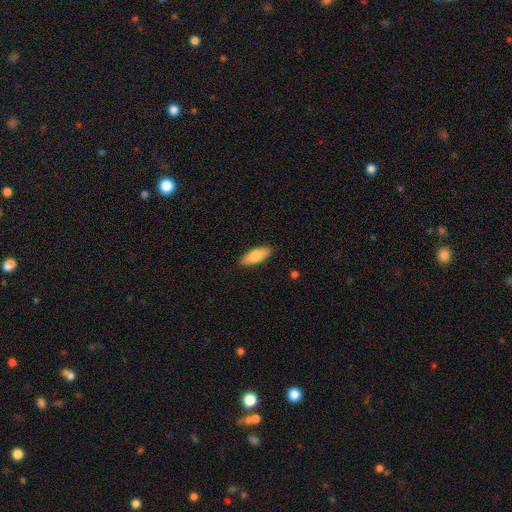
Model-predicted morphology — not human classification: smooth_or_featured: smooth (p=0.79) [alt: featured or disk p=0.15]
how_rounded: in between (p=0.68) [alt: cigar-shaped p=0.30]
merging: none (p=0.89) [alt: minor disturbance p=0.09]